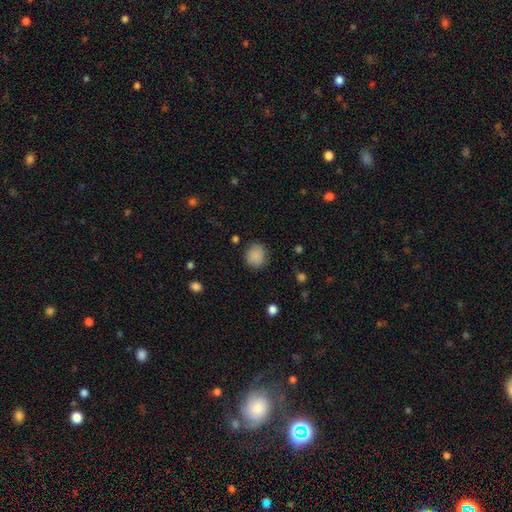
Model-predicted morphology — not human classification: smooth 87%, star or artifact 9%, featured or disk 4%. Down the decision tree: how rounded — round (83%); merging — none (82%).